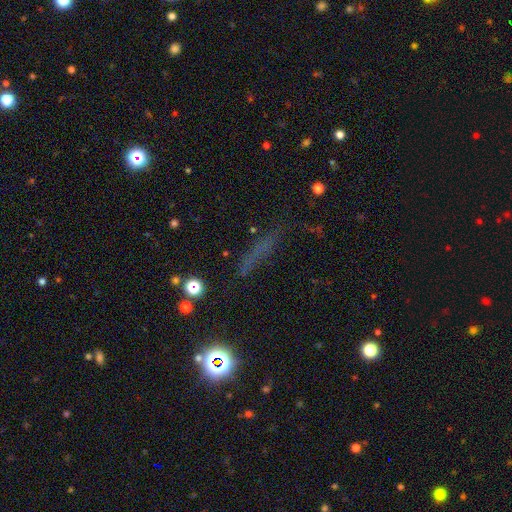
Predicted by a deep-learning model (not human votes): A star or artifact, not a galaxy (45%).

Vote fractions:
- Smooth or featured? star or artifact: 45% / smooth: 33% / featured or disk: 22%